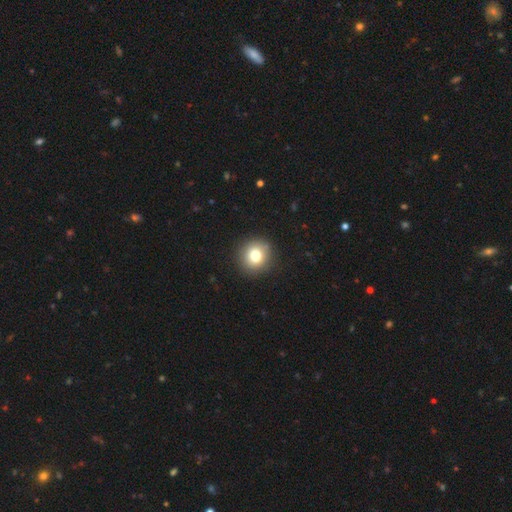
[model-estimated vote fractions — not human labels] Q: Smooth or featured?
A: smooth (77%); runner-up: featured or disk (11%)
Q: How rounded?
A: round (91%); runner-up: in between (8%)
Q: Merging?
A: none (91%); runner-up: minor disturbance (6%)